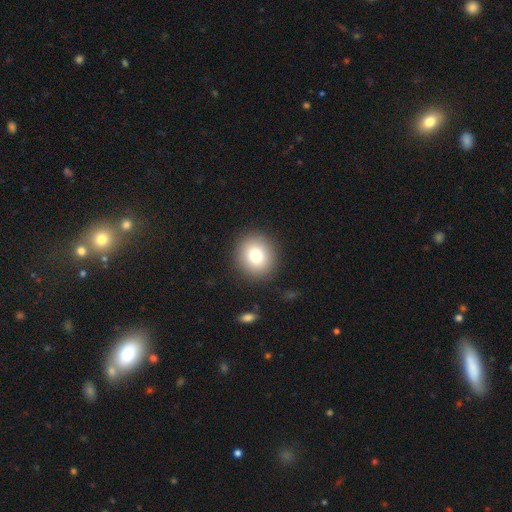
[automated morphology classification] This is likely a smooth galaxy (78%). How rounded: clearly round (87%). Merging: clearly none (90%).